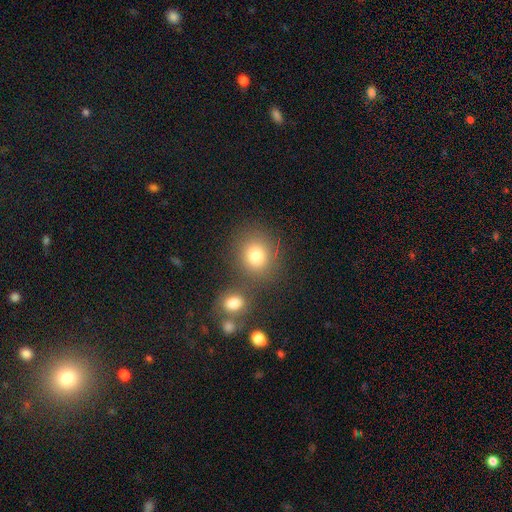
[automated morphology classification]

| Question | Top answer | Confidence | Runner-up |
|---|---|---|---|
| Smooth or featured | smooth | 79% | star or artifact (12%) |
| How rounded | round | 75% | in between (24%) |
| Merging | none | 68% | merger (18%) |